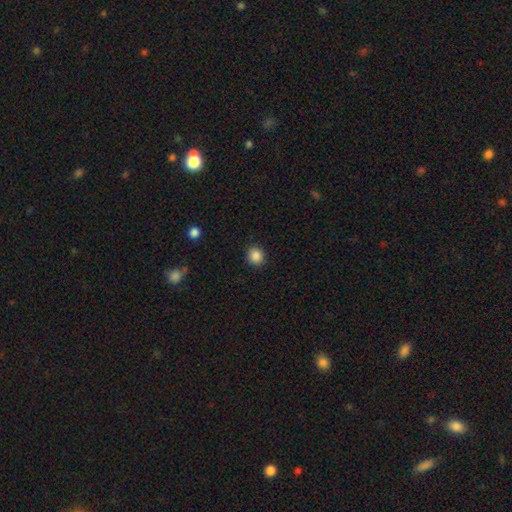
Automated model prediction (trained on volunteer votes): Smooth or featured? Predicted: smooth (p=0.87). How rounded? Predicted: round (p=0.85). Merging? Predicted: none (p=0.90).